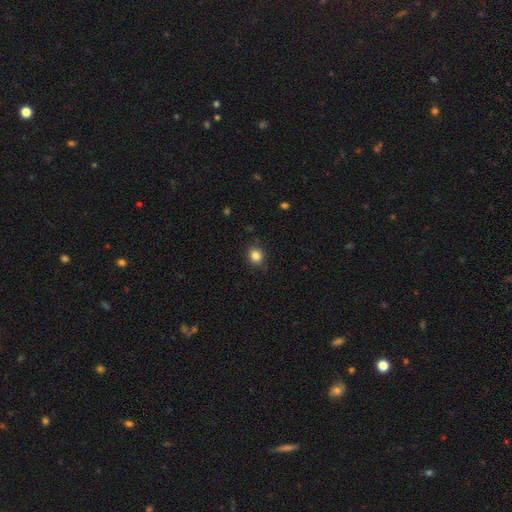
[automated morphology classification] Smooth or featured: smooth — 85% (star or artifact — 11%)
How rounded: round — 72% (in between — 27%)
Merging: none — 86% (minor disturbance — 11%)